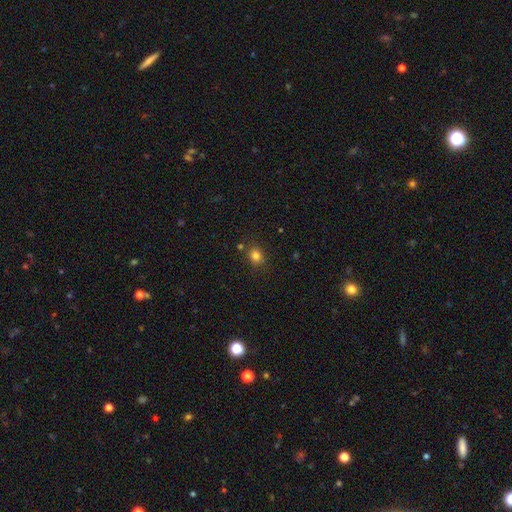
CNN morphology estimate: Smooth or featured? smooth (80%)
How rounded? round (72%)
Merging? none (79%)